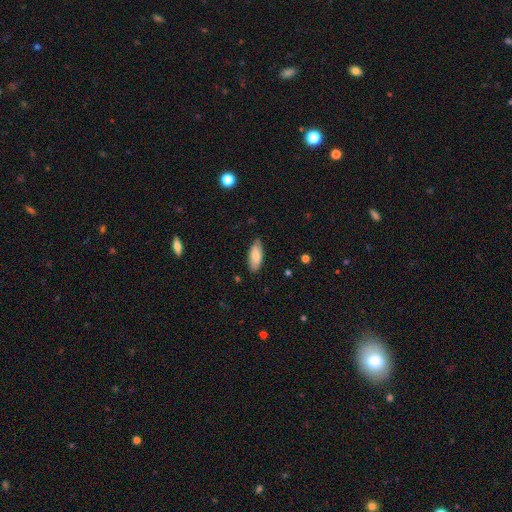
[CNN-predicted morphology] smooth-or-featured: smooth: 79% | featured or disk: 15% | star or artifact: 6%
  how-rounded: in between: 78% | cigar-shaped: 20% | round: 2%
  merging: none: 83% | minor disturbance: 14% | major disturbance: 2% | merger: 1%